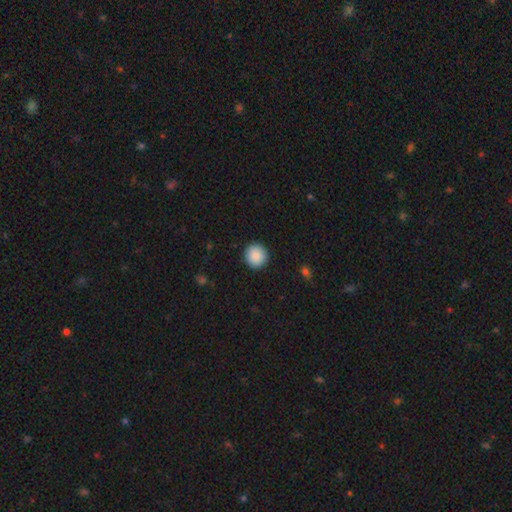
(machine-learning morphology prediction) Smooth or featured? Predicted: smooth (p=0.89). How rounded? Predicted: round (p=0.94). Merging? Predicted: none (p=0.92).